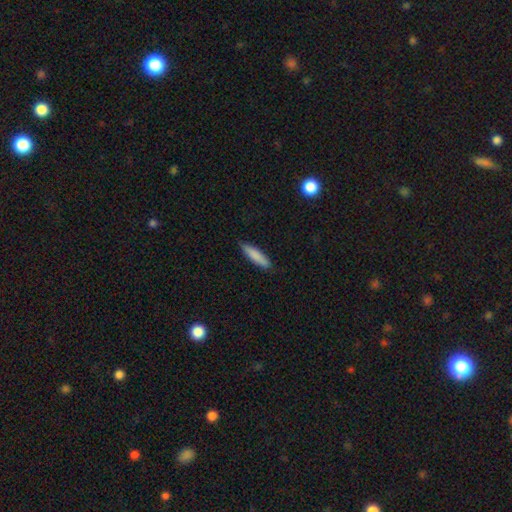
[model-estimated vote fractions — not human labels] Smooth or featured: smooth — 84% (featured or disk — 10%)
How rounded: cigar-shaped — 77% (in between — 21%)
Merging: none — 85% (minor disturbance — 12%)